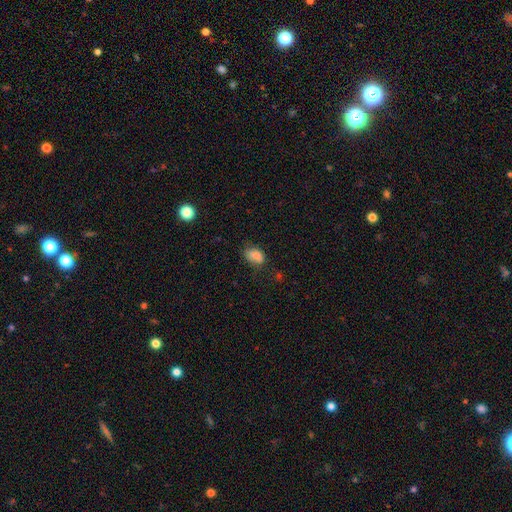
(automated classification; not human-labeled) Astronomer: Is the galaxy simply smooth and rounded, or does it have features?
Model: smooth — 82%.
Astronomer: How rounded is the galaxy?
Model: in between — 86%.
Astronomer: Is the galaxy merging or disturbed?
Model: none — 55% (runner-up: minor disturbance, 31%).